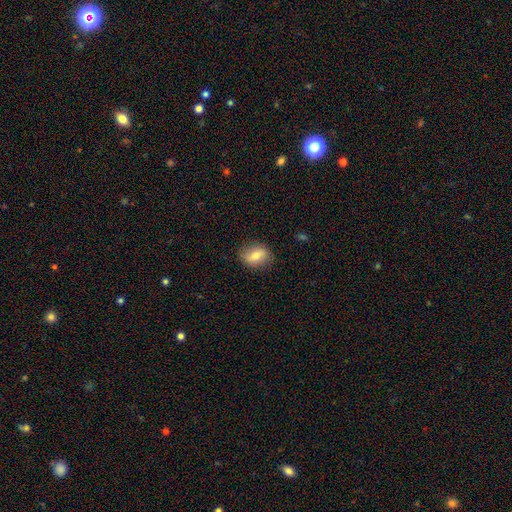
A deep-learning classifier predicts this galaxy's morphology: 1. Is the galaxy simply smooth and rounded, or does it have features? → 67% smooth, 25% featured or disk, 8% star or artifact.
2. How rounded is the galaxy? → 59% in between, 39% round, 2% cigar-shaped.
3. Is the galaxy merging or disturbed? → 84% none, 12% minor disturbance, 3% major disturbance, 1% merger.